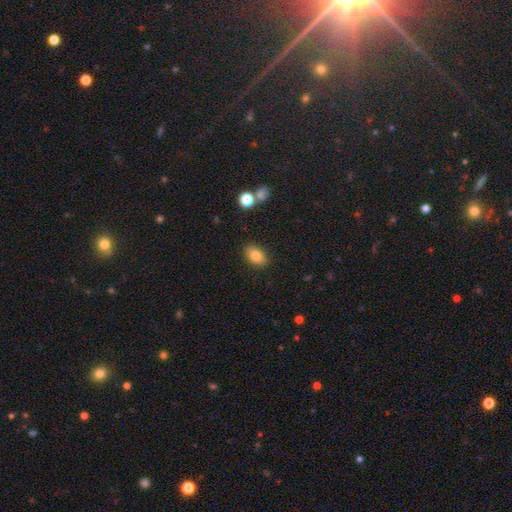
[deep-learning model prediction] smooth 81%, featured or disk 10%, star or artifact 9%. Down the decision tree: how rounded — in between (86%); merging — none (87%).